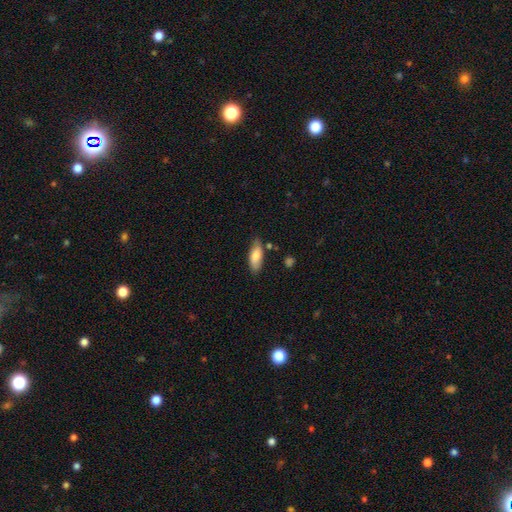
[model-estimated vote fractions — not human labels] A smooth galaxy with no disk features (79%) that is in between round and cigar-shaped (75%).

Vote fractions:
- Smooth or featured? smooth: 79% / featured or disk: 15% / star or artifact: 6%
- How rounded? in between: 75% / cigar-shaped: 23% / round: 2%
- Merging? none: 74% / minor disturbance: 19% / merger: 4% / major disturbance: 3%